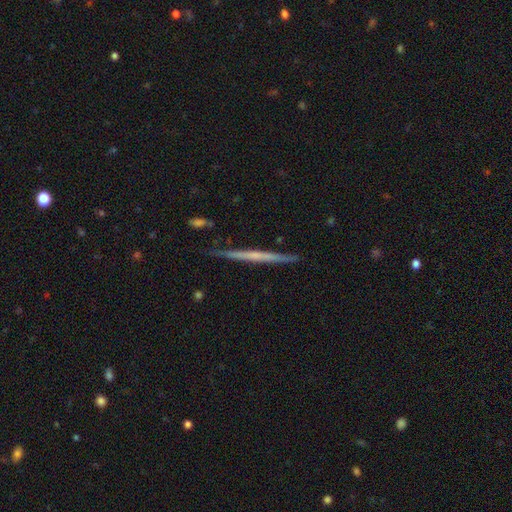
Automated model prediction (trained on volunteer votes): Smooth or featured: featured or disk — 61% (smooth — 33%)
Edge-on disk: yes — 97% (no — 3%)
Edge-on bulge: none — 77% (rounded — 17%)
Merging: none — 86% (minor disturbance — 10%)